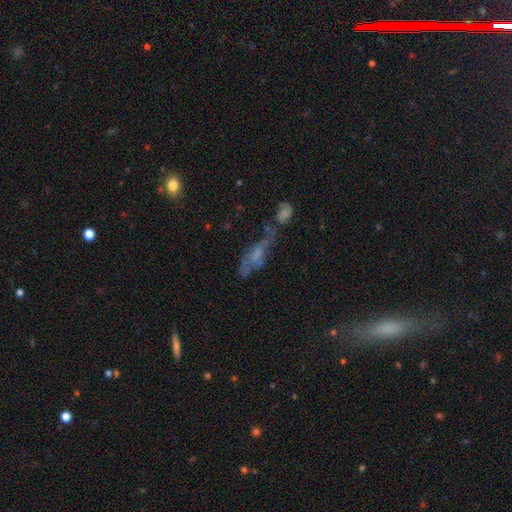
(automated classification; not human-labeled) Smooth or featured?
  - featured or disk: 55% *
  - smooth: 31%
  - star or artifact: 14%
Edge-on disk?
  - no: 82% *
  - yes: 18%
Merging?
  - merger: 33% *
  - none: 27%
  - major disturbance: 23%
  - minor disturbance: 17%